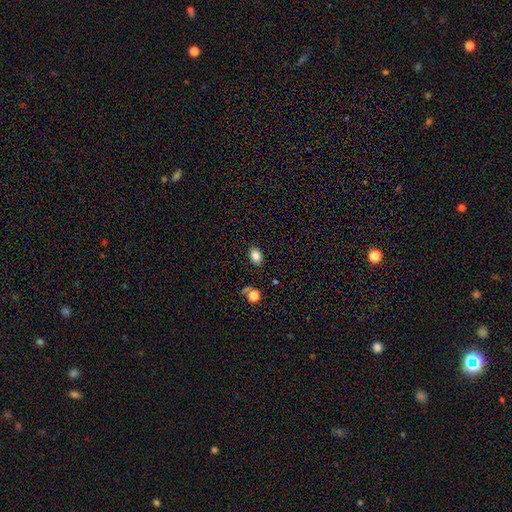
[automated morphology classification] A smooth galaxy with no disk features (83%) that is in between round and cigar-shaped (83%).

Vote fractions:
- Smooth or featured? smooth: 83% / star or artifact: 11% / featured or disk: 7%
- How rounded? in between: 83% / round: 15% / cigar-shaped: 1%
- Merging? none: 86% / minor disturbance: 9% / major disturbance: 2% / merger: 2%